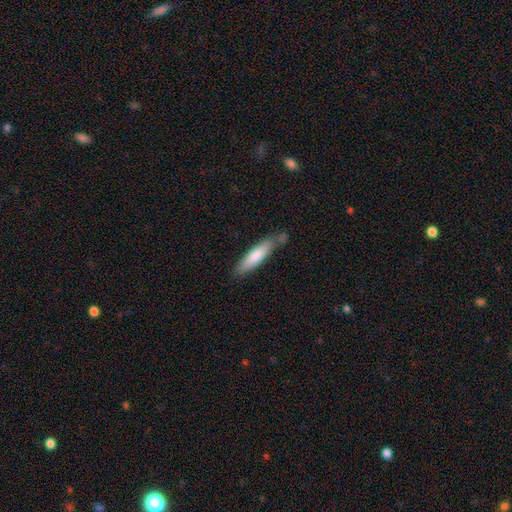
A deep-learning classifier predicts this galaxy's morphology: Smooth or featured?
  - smooth: 77% *
  - featured or disk: 18%
  - star or artifact: 5%
How rounded?
  - cigar-shaped: 75% *
  - in between: 24%
  - round: 1%
Merging?
  - none: 70% *
  - minor disturbance: 19%
  - merger: 7%
  - major disturbance: 4%